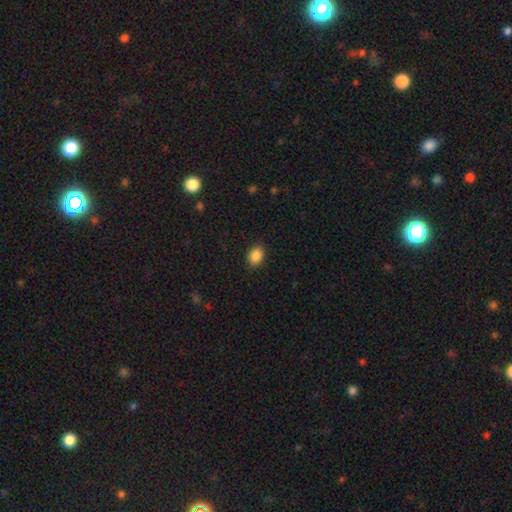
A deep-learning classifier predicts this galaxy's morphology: Smooth or featured? smooth (88%)
How rounded? in between (74%)
Merging? none (87%)